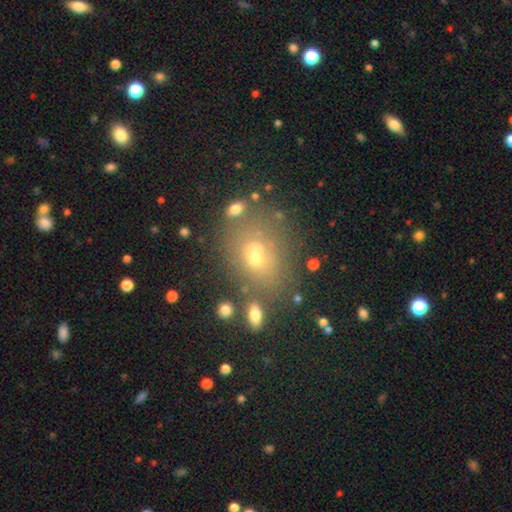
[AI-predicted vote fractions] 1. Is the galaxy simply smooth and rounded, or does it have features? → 57% smooth, 23% featured or disk, 20% star or artifact.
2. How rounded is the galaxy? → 64% in between, 33% round, 2% cigar-shaped.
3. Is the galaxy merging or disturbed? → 52% none, 19% merger, 18% minor disturbance, 12% major disturbance.